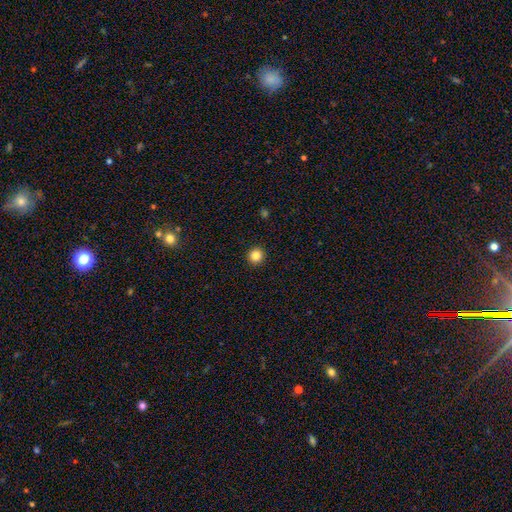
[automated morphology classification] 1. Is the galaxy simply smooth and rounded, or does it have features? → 84% smooth, 11% star or artifact, 5% featured or disk.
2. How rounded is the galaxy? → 92% round, 7% in between, 1% cigar-shaped.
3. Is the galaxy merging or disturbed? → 93% none, 4% minor disturbance, 2% major disturbance, 1% merger.